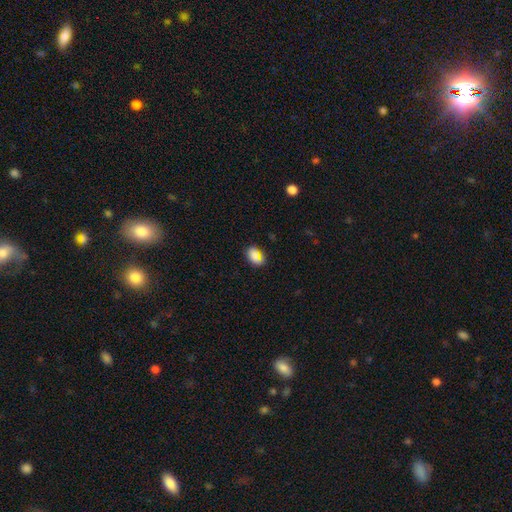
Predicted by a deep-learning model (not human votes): smooth_or_featured: smooth (p=0.75) [alt: star or artifact p=0.18]
how_rounded: in between (p=0.75) [alt: round p=0.22]
merging: none (p=0.74) [alt: minor disturbance p=0.17]